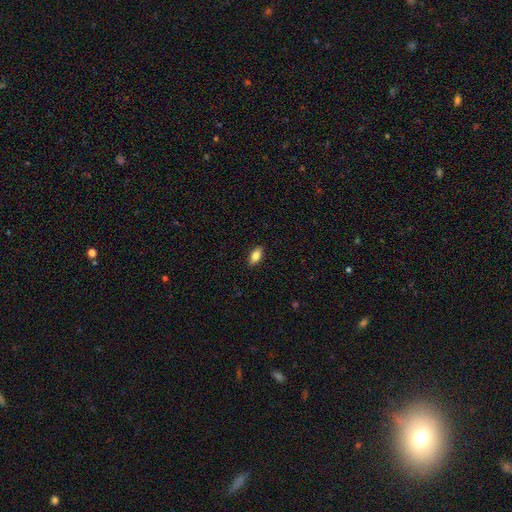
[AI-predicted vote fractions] A smooth galaxy with no disk features (84%) that is in between round and cigar-shaped (89%).

Vote fractions:
- Smooth or featured? smooth: 84% / featured or disk: 9% / star or artifact: 7%
- How rounded? in between: 89% / cigar-shaped: 7% / round: 3%
- Merging? none: 89% / minor disturbance: 8% / major disturbance: 2% / merger: 1%